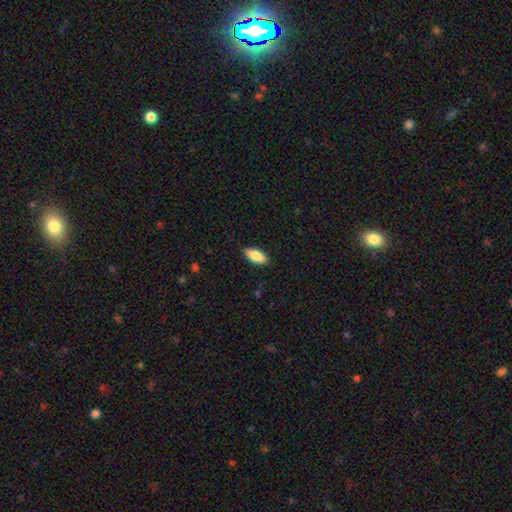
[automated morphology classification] A smooth galaxy with no disk features (83%) that is in between round and cigar-shaped (87%).

Vote fractions:
- Smooth or featured? smooth: 83% / featured or disk: 11% / star or artifact: 6%
- How rounded? in between: 87% / cigar-shaped: 10% / round: 2%
- Merging? none: 88% / minor disturbance: 10% / major disturbance: 2% / merger: 1%